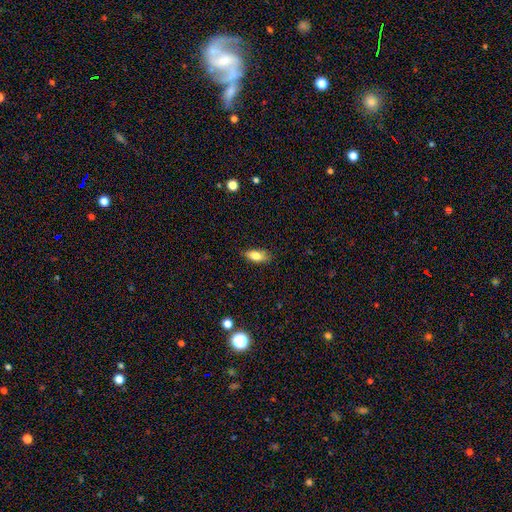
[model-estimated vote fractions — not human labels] Overall: smooth (77%). How rounded: in between (78%). Merging: none (77%).